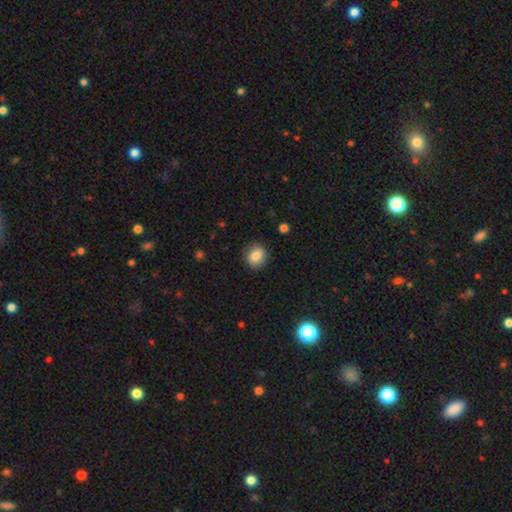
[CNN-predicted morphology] Q: Smooth or featured?
A: smooth (83%); runner-up: featured or disk (9%)
Q: How rounded?
A: round (68%); runner-up: in between (30%)
Q: Merging?
A: none (86%); runner-up: minor disturbance (10%)